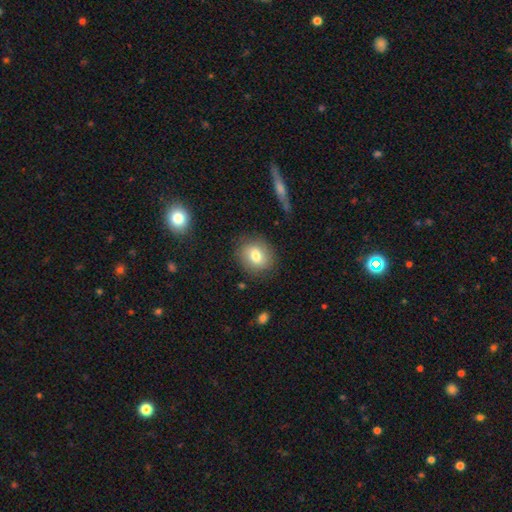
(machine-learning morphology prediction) smooth-or-featured: smooth: 78% | featured or disk: 13% | star or artifact: 9%
  how-rounded: round: 66% | in between: 33% | cigar-shaped: 1%
  merging: none: 83% | minor disturbance: 12% | major disturbance: 4% | merger: 2%